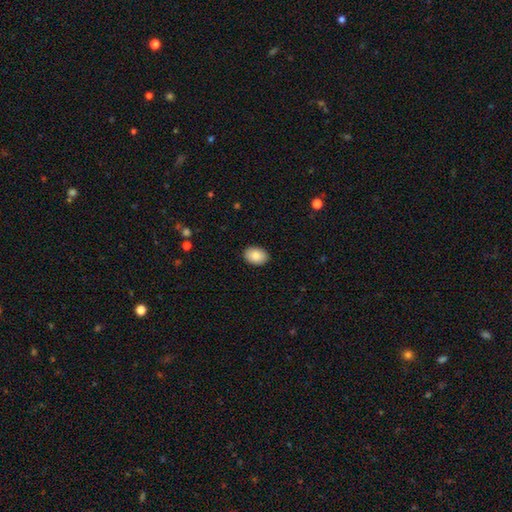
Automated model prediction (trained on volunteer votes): The model was most divided on "how rounded": in between: 81%, round: 18%, cigar-shaped: 1%. More confident: merging — none (90%); smooth or featured — smooth (86%).